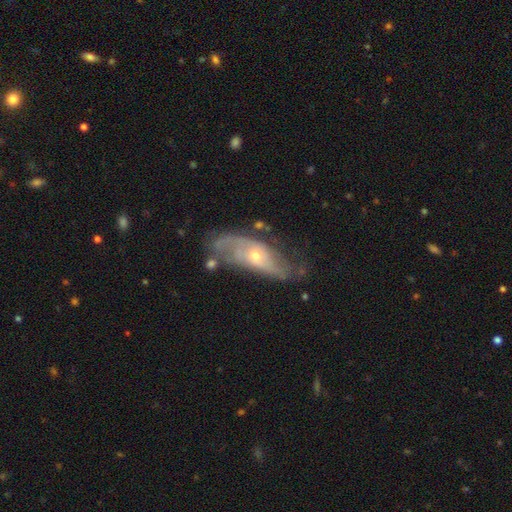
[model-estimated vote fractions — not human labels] smooth-or-featured: featured or disk: 78% | smooth: 15% | star or artifact: 7%
  disk-edge-on: no: 87% | yes: 13%
    bar: no: 73% | weak: 21% | strong: 6%
    has-spiral-arms: yes: 86% | no: 14%
      spiral-winding: medium: 39% | tight: 31% | loose: 30%
      spiral-arm-count: 2: 59% | can't tell: 25% | 3: 6% | 1: 5% | 4: 2% | more than 4: 2%
    bulge-size: small: 58% | moderate: 38% | large: 2% | none: 1% | dominant: 1%
  merging: none: 55% | minor disturbance: 24% | major disturbance: 15% | merger: 5%